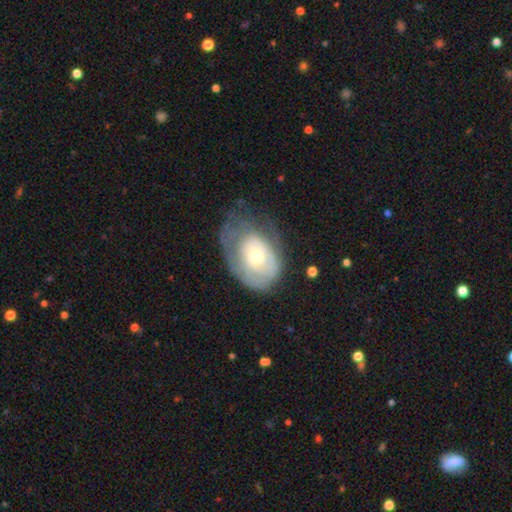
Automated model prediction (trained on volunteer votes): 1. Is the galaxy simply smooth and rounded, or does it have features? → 62% featured or disk, 32% smooth, 6% star or artifact.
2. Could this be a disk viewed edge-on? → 95% no, 5% yes.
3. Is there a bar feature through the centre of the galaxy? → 77% no, 19% weak, 3% strong.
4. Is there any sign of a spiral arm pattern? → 64% yes, 36% no.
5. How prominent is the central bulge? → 51% moderate, 42% small, 5% large, 1% none, 1% dominant.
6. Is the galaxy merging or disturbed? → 42% none, 31% minor disturbance, 26% major disturbance, 2% merger.